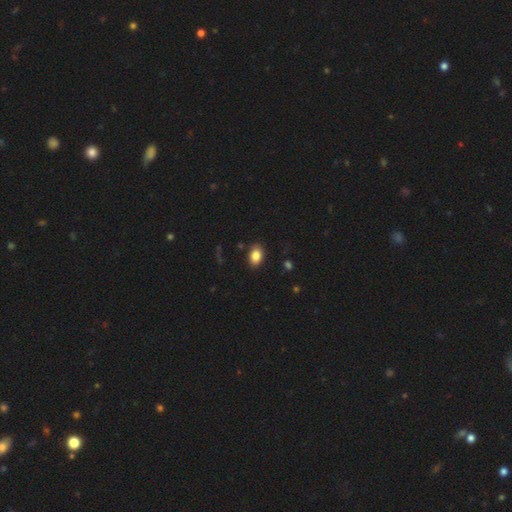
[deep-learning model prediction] A smooth galaxy with no disk features (86%) that is in between round and cigar-shaped (85%). Merging: none (84%).